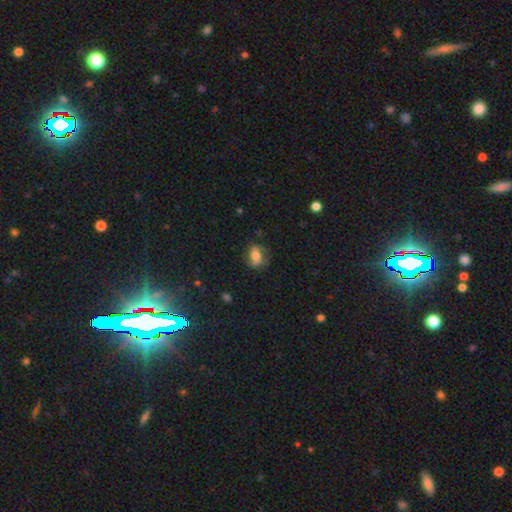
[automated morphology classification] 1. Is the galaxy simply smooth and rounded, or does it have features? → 46% featured or disk, 44% smooth, 10% star or artifact.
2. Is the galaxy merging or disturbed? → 70% none, 19% minor disturbance, 9% major disturbance, 1% merger.